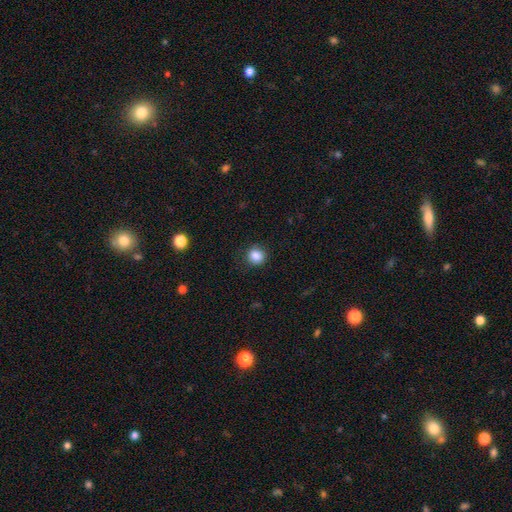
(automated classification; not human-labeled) A smooth galaxy with no disk features (86%) that is round (86%).

Vote fractions:
- Smooth or featured? smooth: 86% / star or artifact: 10% / featured or disk: 4%
- How rounded? round: 86% / in between: 13% / cigar-shaped: 1%
- Merging? none: 86% / minor disturbance: 10% / major disturbance: 3% / merger: 1%